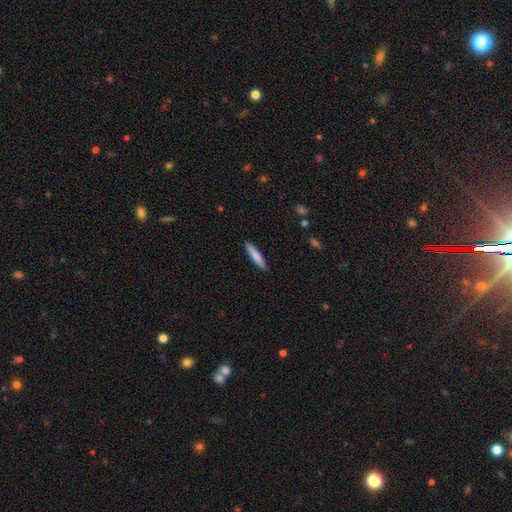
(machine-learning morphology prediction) Smooth or featured? smooth (81%)
How rounded? cigar-shaped (90%)
Merging? none (89%)